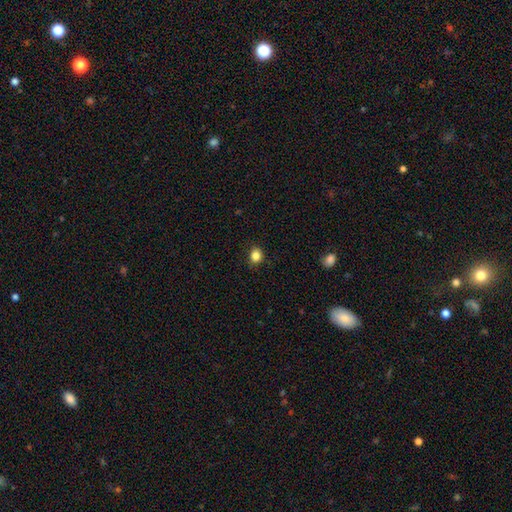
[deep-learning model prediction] A smooth galaxy with no disk features (85%) that is round (73%).

Vote fractions:
- Smooth or featured? smooth: 85% / star or artifact: 11% / featured or disk: 4%
- How rounded? round: 73% / in between: 26% / cigar-shaped: 1%
- Merging? none: 88% / minor disturbance: 9% / major disturbance: 2% / merger: 1%